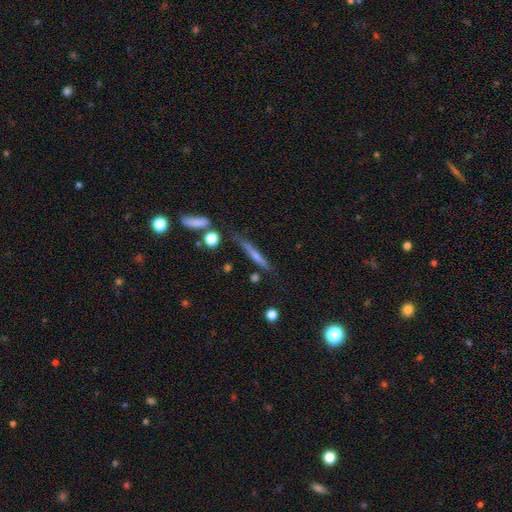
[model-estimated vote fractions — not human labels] smooth-or-featured: featured or disk: 51% | smooth: 41% | star or artifact: 9%
  disk-edge-on: yes: 93% | no: 7%
  merging: none: 74% | minor disturbance: 16% | merger: 6% | major disturbance: 5%